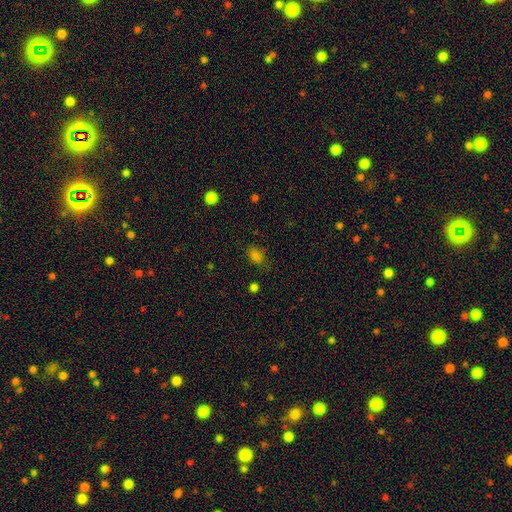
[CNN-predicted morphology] This is likely a smooth galaxy (77%). How rounded: likely in between (78%). Merging: likely none (68%).